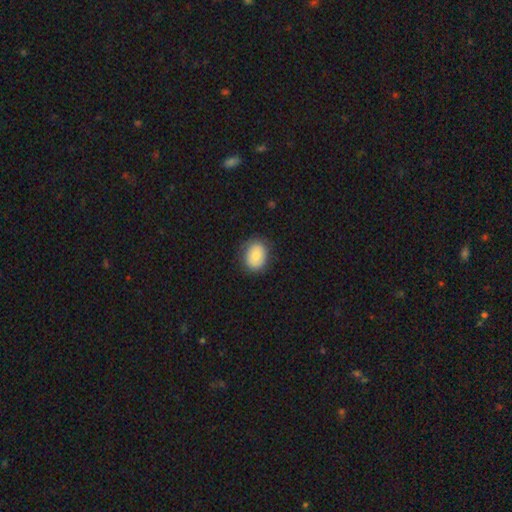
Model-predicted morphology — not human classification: smooth 75%, featured or disk 17%, star or artifact 8%. Down the decision tree: how rounded — in between (51%); merging — none (80%).